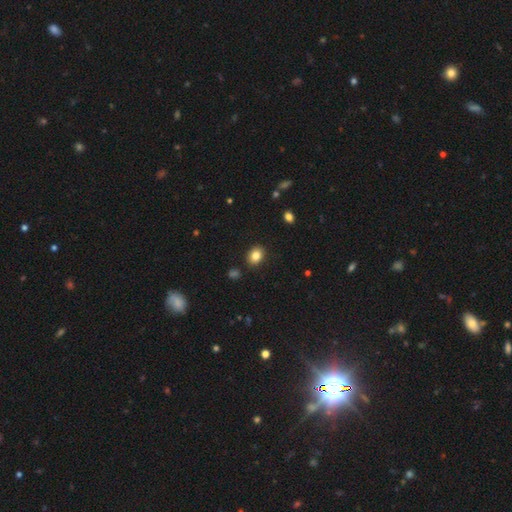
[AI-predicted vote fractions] Smooth or featured? smooth (84%)
How rounded? in between (55%)
Merging? none (89%)